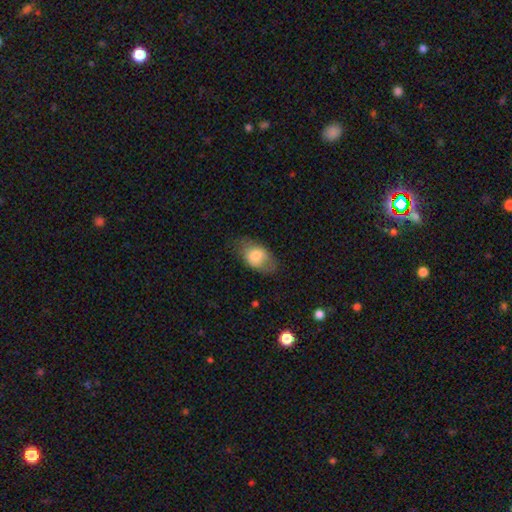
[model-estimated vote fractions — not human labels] Q: Smooth or featured?
A: smooth (74%); runner-up: featured or disk (19%)
Q: How rounded?
A: in between (87%); runner-up: round (12%)
Q: Merging?
A: none (65%); runner-up: minor disturbance (24%)